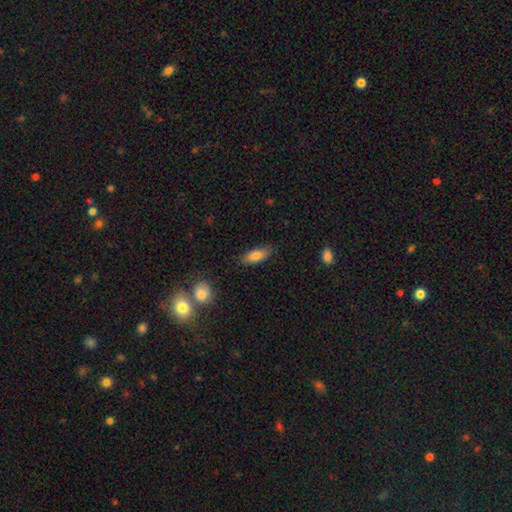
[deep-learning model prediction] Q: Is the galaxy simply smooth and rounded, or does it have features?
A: smooth — 79%.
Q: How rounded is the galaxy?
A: in between — 68%.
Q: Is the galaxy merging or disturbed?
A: none — 83%.